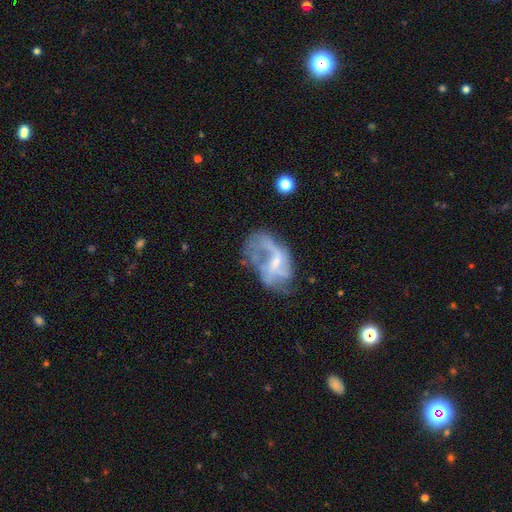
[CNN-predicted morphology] Smooth or featured? featured or disk (62%)
Edge-on disk? no (96%)
Bar? no (58%)
Spiral arms? yes (56%)
Bulge size? small (48%)
Merging? none (37%)